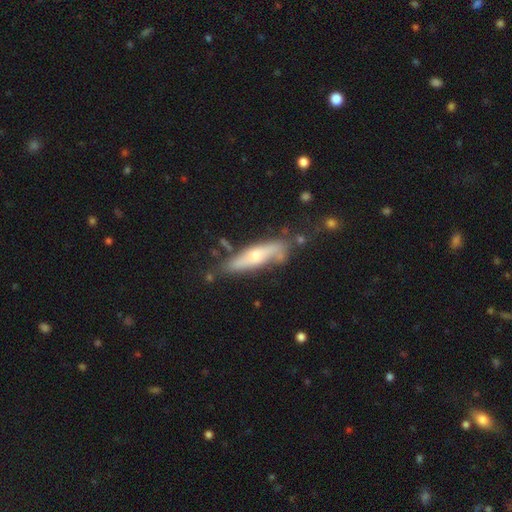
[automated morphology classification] A featured or disk galaxy (54%) viewed edge-on (64%).

Vote fractions:
- Smooth or featured? featured or disk: 54% / smooth: 40% / star or artifact: 6%
- Edge-on disk? yes: 64% / no: 36%
- Merging? none: 62% / minor disturbance: 24% / major disturbance: 7% / merger: 7%